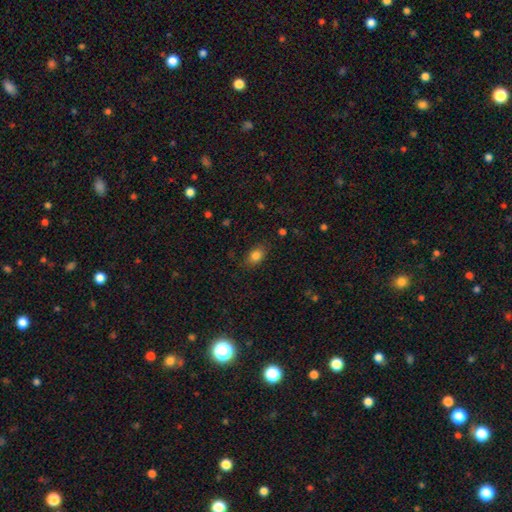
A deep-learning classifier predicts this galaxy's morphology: type=smooth (82%); roundness=in between (77%); merging=none (80%).